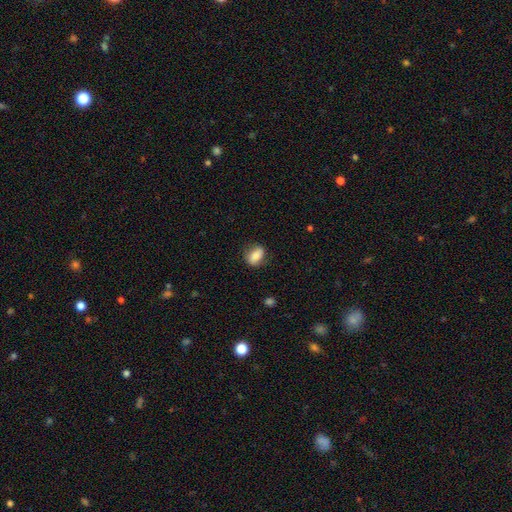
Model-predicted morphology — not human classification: Smooth or featured? Predicted: smooth (p=0.76). How rounded? Predicted: in between (p=0.75). Merging? Predicted: none (p=0.76).